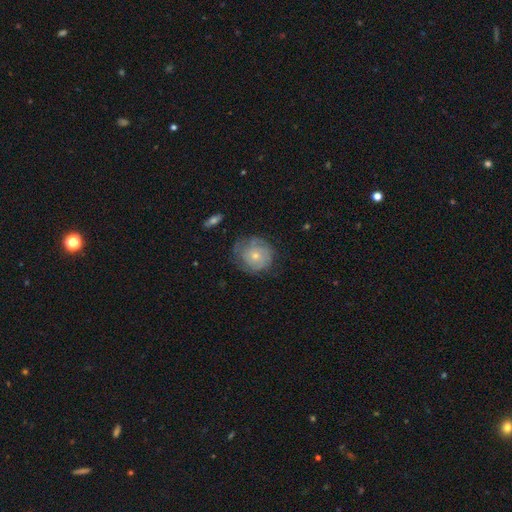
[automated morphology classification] A featured or disk galaxy (54%) with no bar (84%), spiral arms (77%) and a small central bulge (65%). Merging: none (65%).